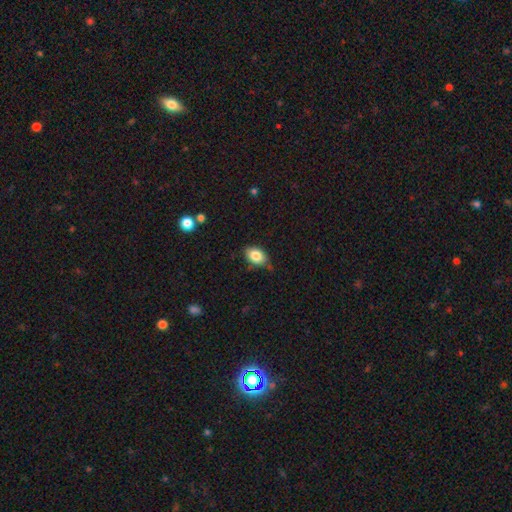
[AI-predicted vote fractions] Smooth or featured: smooth — 83% (featured or disk — 9%)
How rounded: in between — 84% (round — 14%)
Merging: none — 76% (minor disturbance — 19%)